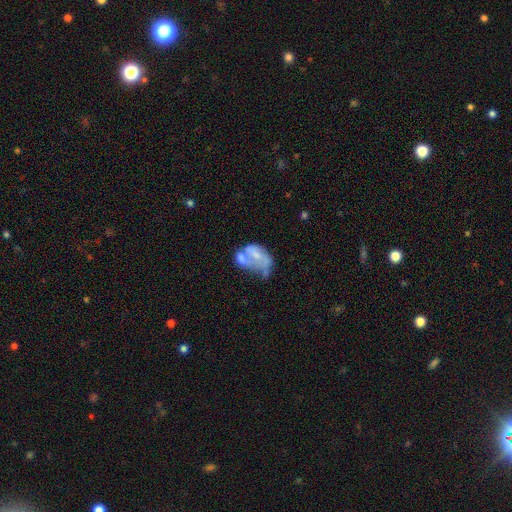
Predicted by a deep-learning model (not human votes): This appears to be a featured or disk galaxy (53%) with no bar (77%), no spiral arms (77%) and a small central bulge (33%). Merging: merger (45%).